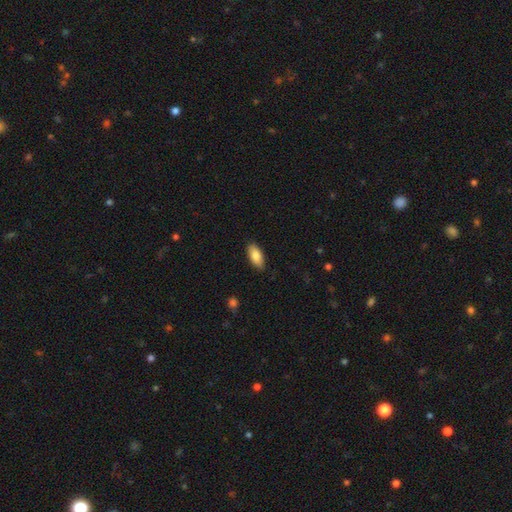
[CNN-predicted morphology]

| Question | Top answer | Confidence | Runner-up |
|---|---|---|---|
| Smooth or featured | smooth | 84% | featured or disk (10%) |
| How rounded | in between | 88% | cigar-shaped (10%) |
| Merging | none | 88% | minor disturbance (9%) |